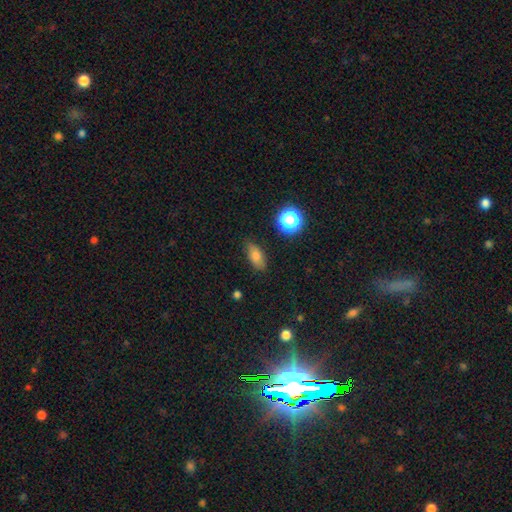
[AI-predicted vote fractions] A smooth galaxy with no disk features (76%) that is in between round and cigar-shaped (81%). Merging: none (82%).